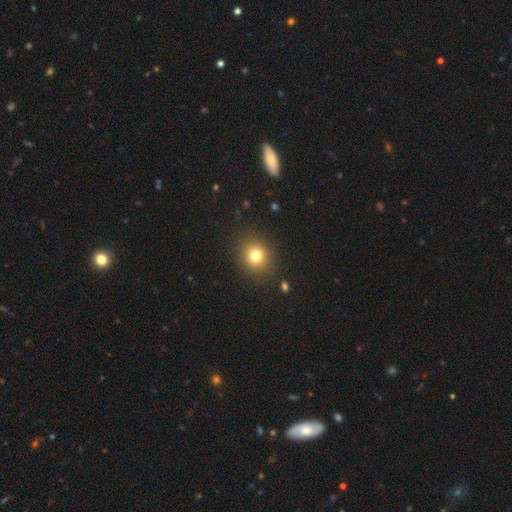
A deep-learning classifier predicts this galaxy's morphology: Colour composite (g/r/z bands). It shows a smooth galaxy with no disk features (77%) that is round (82%). Merging: none (88%).